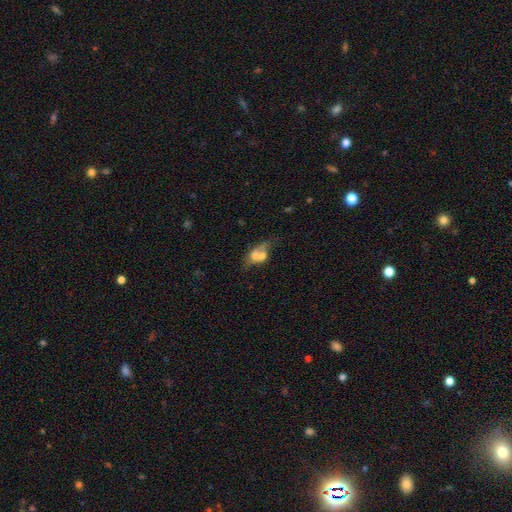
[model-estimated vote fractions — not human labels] The model was most divided on "smooth or featured": smooth: 51%, featured or disk: 38%, star or artifact: 11%. More confident: how rounded — in between (67%); merging — merger (56%).